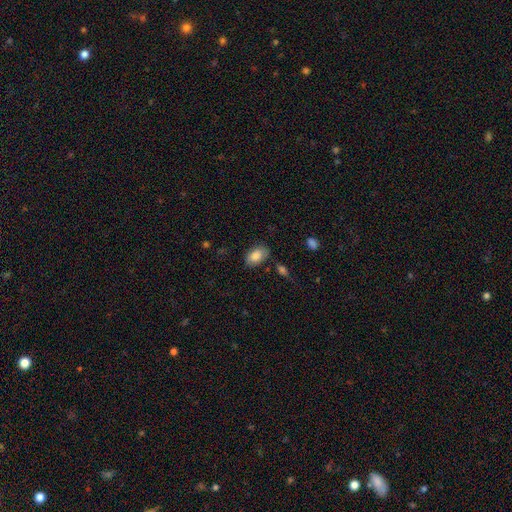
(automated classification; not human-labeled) A smooth galaxy with no disk features (85%) that is in between round and cigar-shaped (92%).

Vote fractions:
- Smooth or featured? smooth: 85% / featured or disk: 8% / star or artifact: 7%
- How rounded? in between: 92% / round: 6% / cigar-shaped: 2%
- Merging? none: 77% / minor disturbance: 16% / major disturbance: 4% / merger: 3%